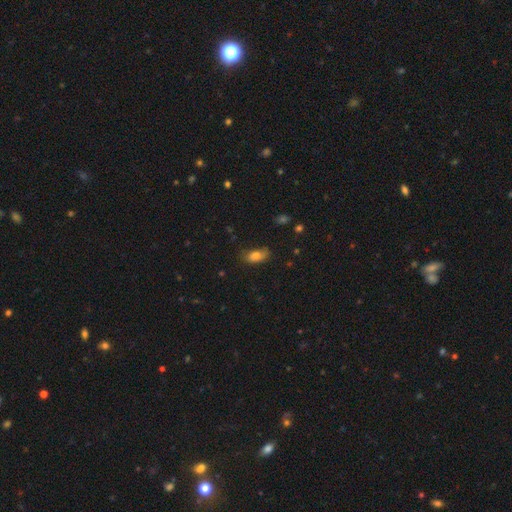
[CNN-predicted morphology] Overall: smooth (80%). How rounded: in between (88%). Merging: none (62%; minor disturbance 28%).